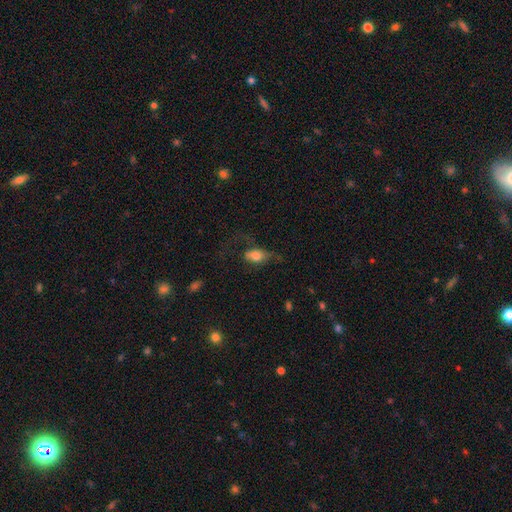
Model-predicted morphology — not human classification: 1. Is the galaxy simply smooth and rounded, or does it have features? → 69% smooth, 23% featured or disk, 8% star or artifact.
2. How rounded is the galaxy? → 82% in between, 11% round, 6% cigar-shaped.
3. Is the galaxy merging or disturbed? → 42% major disturbance, 31% none, 24% minor disturbance, 3% merger.